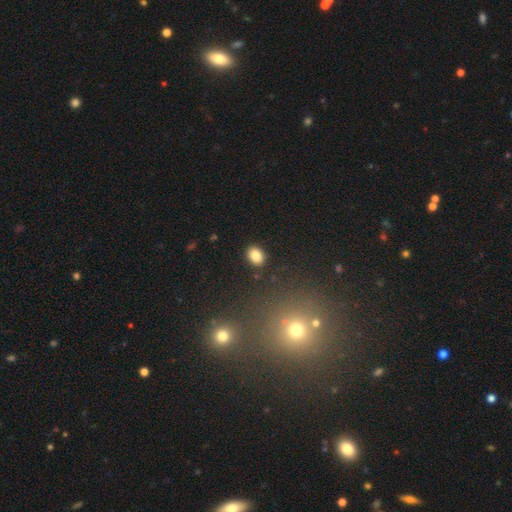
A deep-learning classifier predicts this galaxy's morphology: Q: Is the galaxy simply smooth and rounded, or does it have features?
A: smooth — 84%.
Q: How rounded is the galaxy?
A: in between — 58%.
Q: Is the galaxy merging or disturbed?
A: none — 88%.